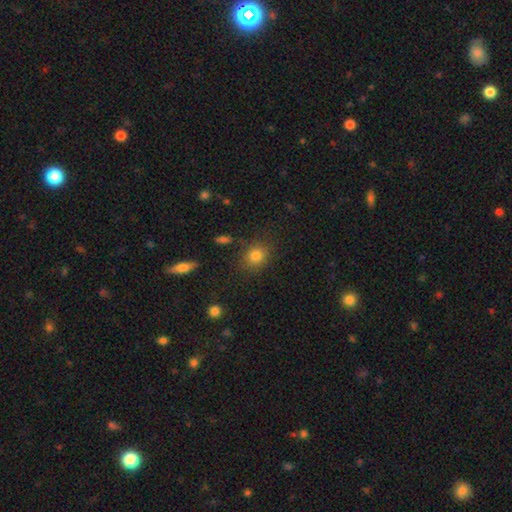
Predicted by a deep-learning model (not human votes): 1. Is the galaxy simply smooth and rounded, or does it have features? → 80% smooth, 12% star or artifact, 7% featured or disk.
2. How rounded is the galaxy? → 65% round, 34% in between, 1% cigar-shaped.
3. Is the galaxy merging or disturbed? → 81% none, 12% minor disturbance, 4% major disturbance, 3% merger.